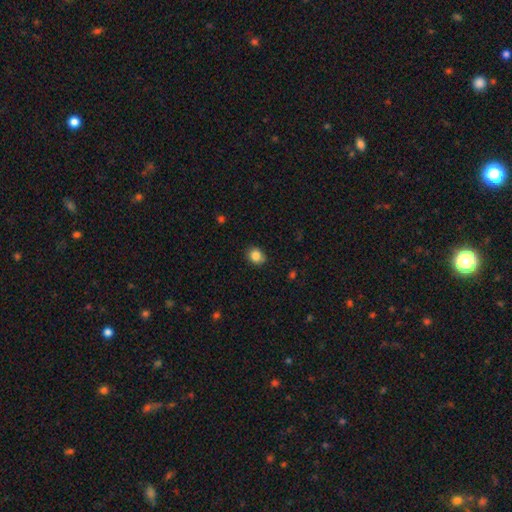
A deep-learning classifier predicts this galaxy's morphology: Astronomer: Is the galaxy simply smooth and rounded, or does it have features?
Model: smooth — 86%.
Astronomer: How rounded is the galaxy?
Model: round — 64%.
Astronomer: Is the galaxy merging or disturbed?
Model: none — 84%.